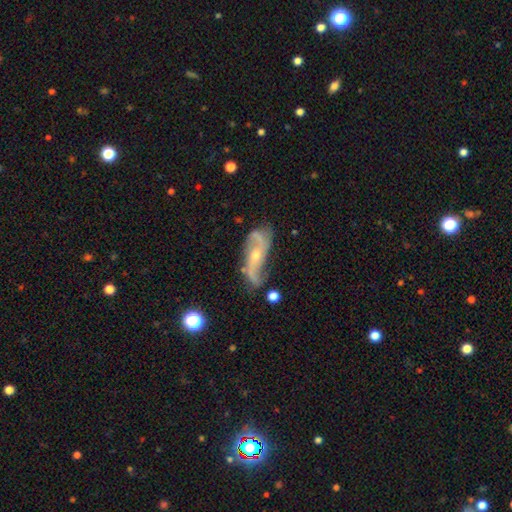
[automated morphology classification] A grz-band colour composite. It shows a featured or disk galaxy (83%) with no bar (58%), 2 (85%) loose (66%) spiral arms (93%) and a small central bulge (56%). Merging: none (55%).